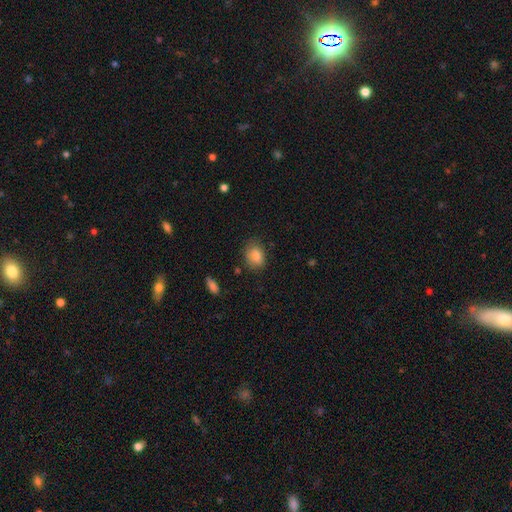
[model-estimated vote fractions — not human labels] Morphology: type=smooth (84%); roundness=in between (62%); merging=none (73%).